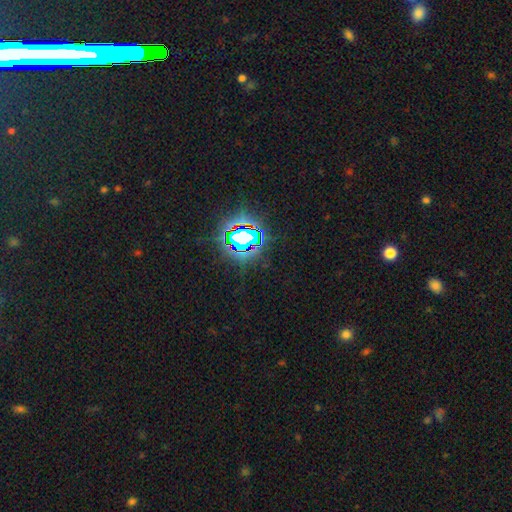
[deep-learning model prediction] smooth-or-featured: star or artifact: 80% | smooth: 13% | featured or disk: 8%